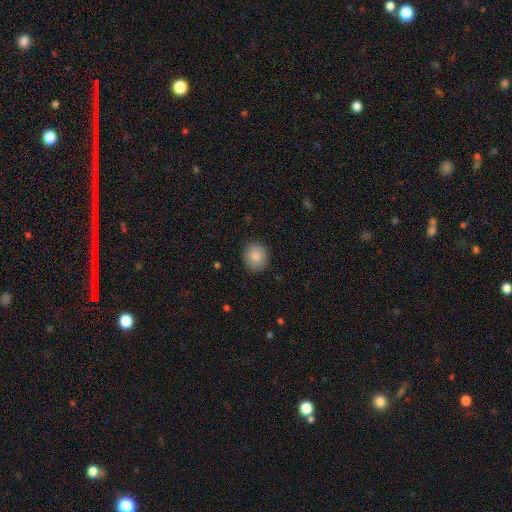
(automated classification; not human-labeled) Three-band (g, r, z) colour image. It shows a smooth galaxy with no disk features (86%) that is round (77%). Merging: none (87%).